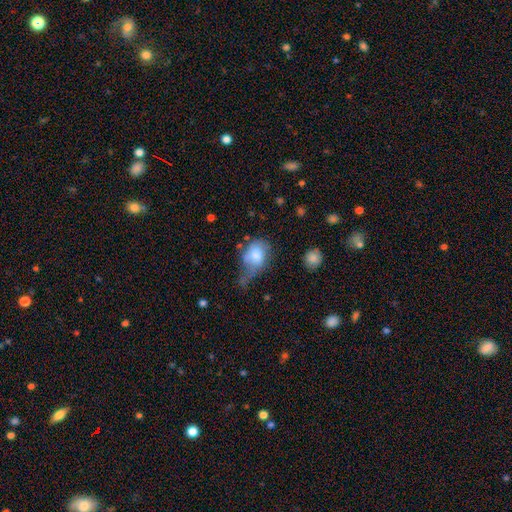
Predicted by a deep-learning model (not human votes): Overall: smooth (74%). How rounded: in between (66%; round 33%). Merging: minor disturbance (35%; major disturbance 32%).